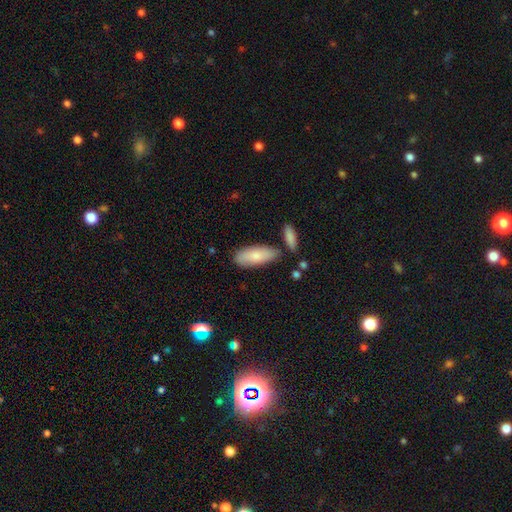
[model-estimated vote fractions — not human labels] A smooth galaxy with no disk features (80%) that is in between round and cigar-shaped (79%).

Vote fractions:
- Smooth or featured? smooth: 80% / featured or disk: 14% / star or artifact: 6%
- How rounded? in between: 79% / cigar-shaped: 19% / round: 2%
- Merging? none: 73% / minor disturbance: 16% / merger: 8% / major disturbance: 3%